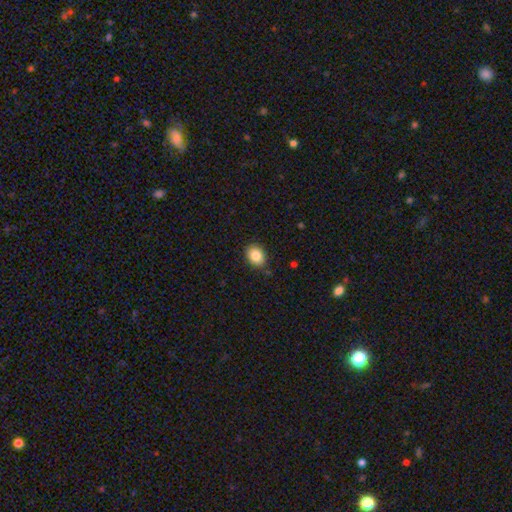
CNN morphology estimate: smooth-or-featured: smooth: 85% | star or artifact: 9% | featured or disk: 7%
  how-rounded: in between: 63% | round: 36% | cigar-shaped: 1%
  merging: none: 85% | minor disturbance: 11% | major disturbance: 2% | merger: 1%